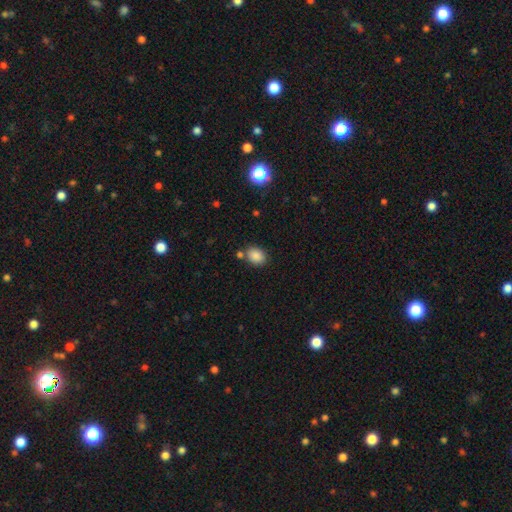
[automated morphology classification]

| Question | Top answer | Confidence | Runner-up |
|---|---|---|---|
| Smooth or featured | smooth | 87% | star or artifact (9%) |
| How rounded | in between | 60% | round (39%) |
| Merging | none | 74% | minor disturbance (12%) |